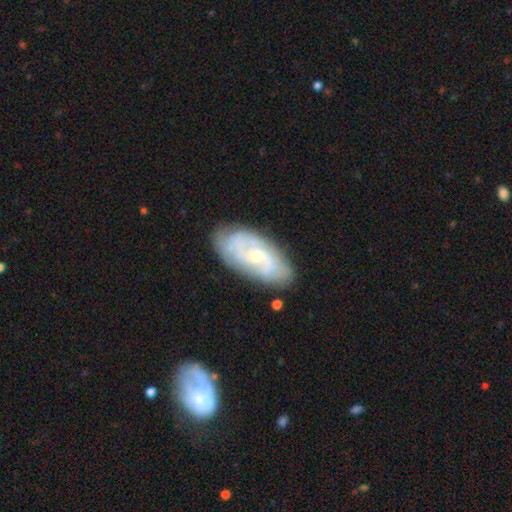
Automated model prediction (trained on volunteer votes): Smooth or featured? Predicted: featured or disk (p=0.77). Edge-on disk? Predicted: no (p=0.94). Bar? Predicted: no (p=0.61). Spiral arms? Predicted: yes (p=0.91). Spiral winding? Predicted: tight (p=0.46). Spiral arm count? Predicted: 2 (p=0.42). Bulge size? Predicted: small (p=0.71). Merging? Predicted: none (p=0.79).